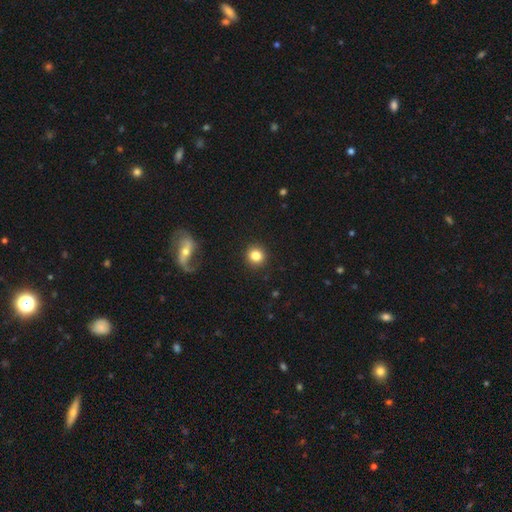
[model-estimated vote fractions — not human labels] Smooth or featured? smooth (83%)
How rounded? round (91%)
Merging? none (92%)